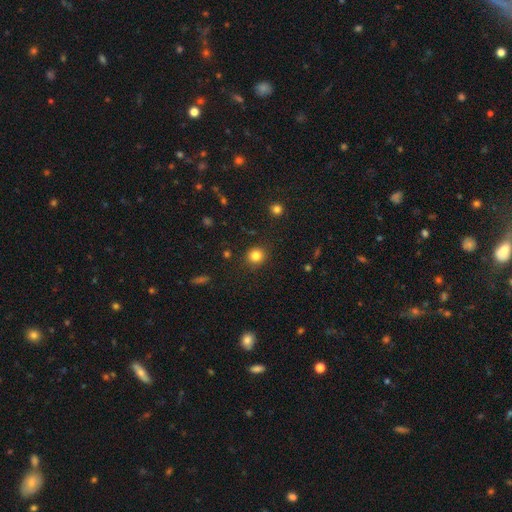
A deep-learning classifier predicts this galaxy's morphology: smooth_or_featured: smooth (p=0.82) [alt: star or artifact p=0.12]
how_rounded: round (p=0.87) [alt: in between p=0.12]
merging: none (p=0.89) [alt: minor disturbance p=0.07]